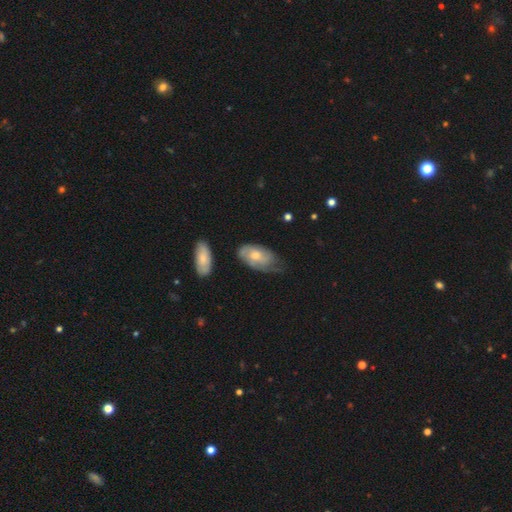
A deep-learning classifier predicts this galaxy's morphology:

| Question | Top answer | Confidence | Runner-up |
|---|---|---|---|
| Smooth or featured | smooth | 49% | featured or disk (45%) |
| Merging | none | 39% | minor disturbance (38%) |